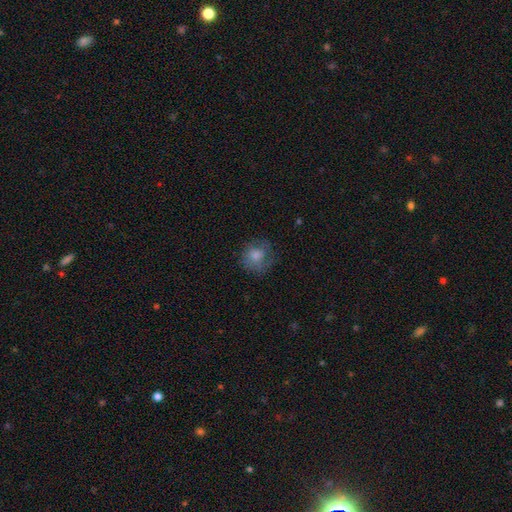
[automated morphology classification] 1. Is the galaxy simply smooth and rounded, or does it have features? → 72% smooth, 19% featured or disk, 9% star or artifact.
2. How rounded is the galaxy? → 80% round, 19% in between, 1% cigar-shaped.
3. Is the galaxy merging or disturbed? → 62% none, 23% minor disturbance, 14% major disturbance, 1% merger.